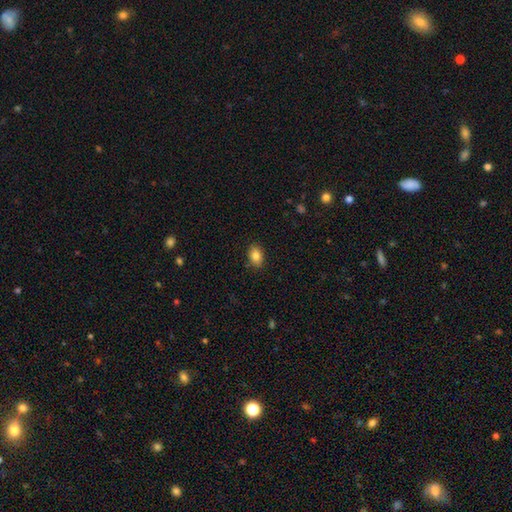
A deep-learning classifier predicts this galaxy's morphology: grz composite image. It shows a smooth galaxy with no disk features (85%) that is in between round and cigar-shaped (76%). Merging: none (86%).